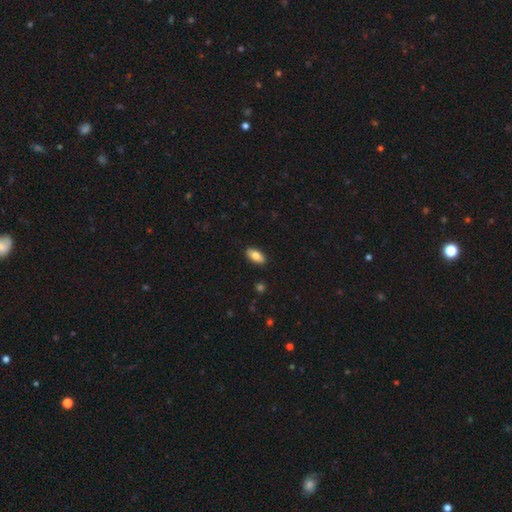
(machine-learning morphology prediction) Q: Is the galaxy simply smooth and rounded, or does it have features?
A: smooth — 80%.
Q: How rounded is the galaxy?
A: in between — 90%.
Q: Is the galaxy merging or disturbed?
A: none — 89%.